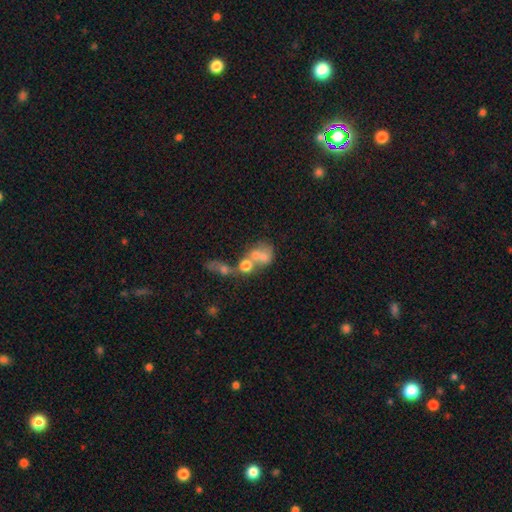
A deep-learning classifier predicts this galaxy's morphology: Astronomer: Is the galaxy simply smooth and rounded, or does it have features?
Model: smooth — 50% (runner-up: featured or disk, 33%).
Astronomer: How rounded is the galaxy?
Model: round — 50% (runner-up: in between, 47%).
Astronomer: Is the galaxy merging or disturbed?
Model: merger — 60%.